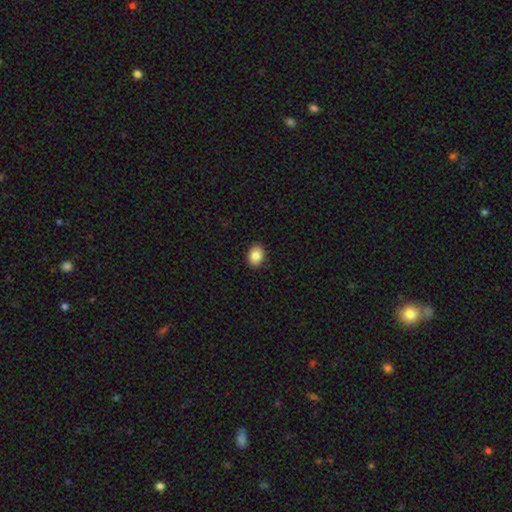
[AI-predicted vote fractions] A smooth galaxy with no disk features (86%) that is in between round and cigar-shaped (68%). Merging: none (90%).